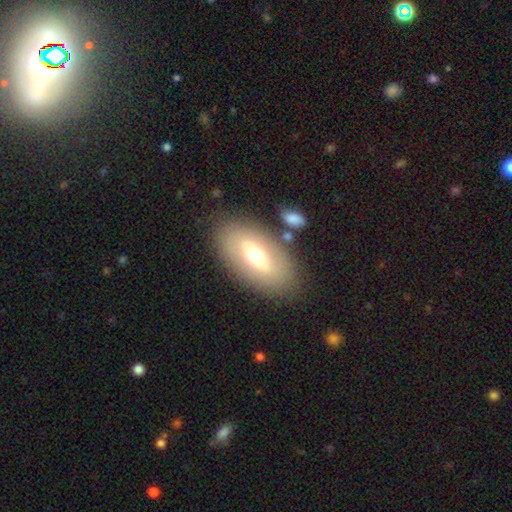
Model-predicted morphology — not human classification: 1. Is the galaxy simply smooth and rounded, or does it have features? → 49% smooth, 44% featured or disk, 7% star or artifact.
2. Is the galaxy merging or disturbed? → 80% none, 11% minor disturbance, 5% merger, 4% major disturbance.